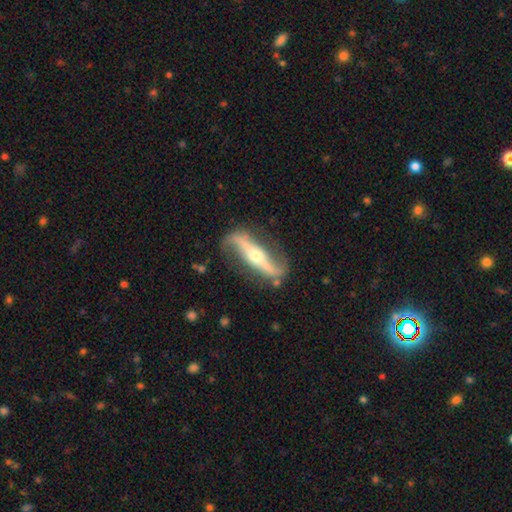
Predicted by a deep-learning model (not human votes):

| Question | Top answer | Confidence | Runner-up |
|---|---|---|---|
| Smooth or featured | featured or disk | 87% | smooth (9%) |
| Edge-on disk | no | 65% | yes (35%) |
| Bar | strong | 61% | no (23%) |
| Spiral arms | yes | 92% | no (8%) |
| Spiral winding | loose | 78% | medium (15%) |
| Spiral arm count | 2 | 92% | can't tell (3%) |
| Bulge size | moderate | 58% | small (34%) |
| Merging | none | 77% | minor disturbance (15%) |